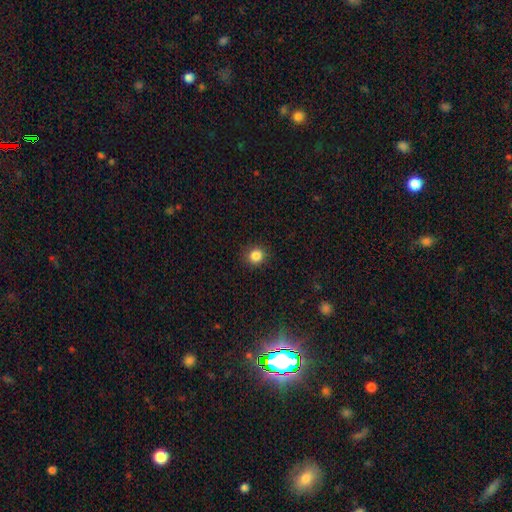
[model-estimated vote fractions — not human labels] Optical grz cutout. It shows a smooth galaxy with no disk features (85%) that is round (87%). Merging: none (90%).